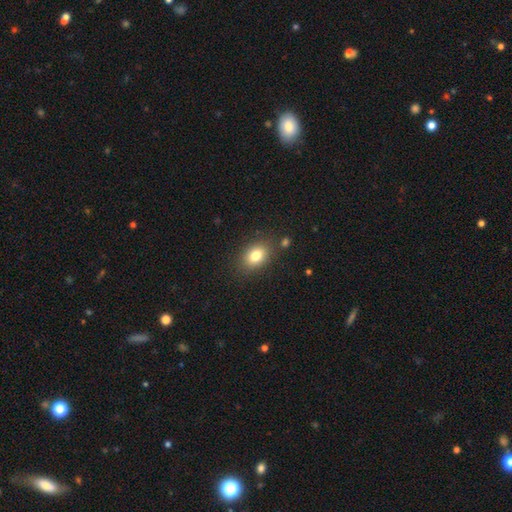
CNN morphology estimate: Smooth or featured?
  - smooth: 80% *
  - star or artifact: 10%
  - featured or disk: 10%
How rounded?
  - in between: 76% *
  - round: 23%
  - cigar-shaped: 1%
Merging?
  - none: 82% *
  - minor disturbance: 11%
  - major disturbance: 3%
  - merger: 3%